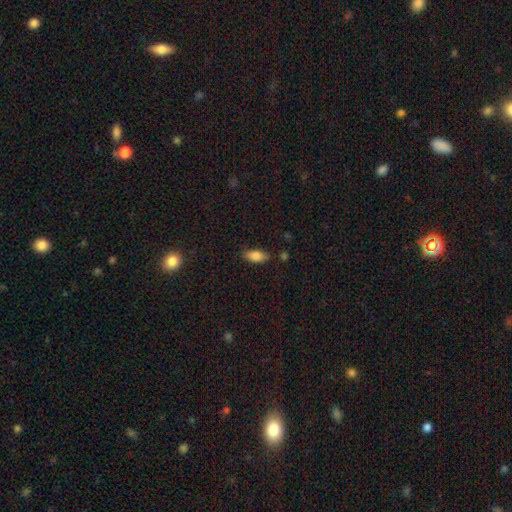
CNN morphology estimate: smooth-or-featured: smooth: 84% | featured or disk: 8% | star or artifact: 8%
  how-rounded: in between: 86% | cigar-shaped: 11% | round: 3%
  merging: none: 80% | minor disturbance: 14% | major disturbance: 3% | merger: 3%